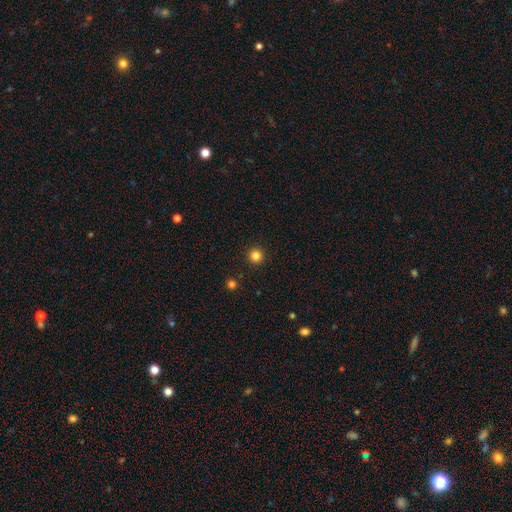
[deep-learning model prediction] Morphology: type=smooth (83%); roundness=round (96%); merging=none (93%).